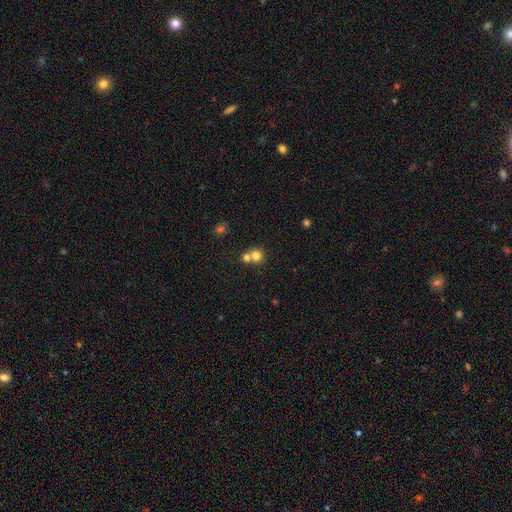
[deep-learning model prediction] Smooth or featured? smooth (77%)
How rounded? round (86%)
Merging? merger (49%)